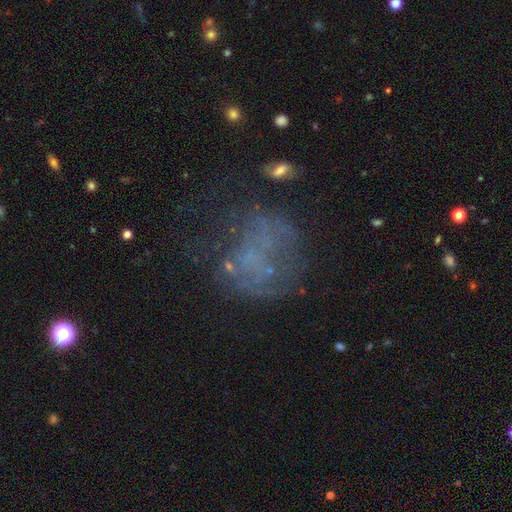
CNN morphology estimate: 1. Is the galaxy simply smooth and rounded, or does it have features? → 46% featured or disk, 28% smooth, 27% star or artifact.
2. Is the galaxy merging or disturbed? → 51% none, 26% major disturbance, 18% minor disturbance, 5% merger.